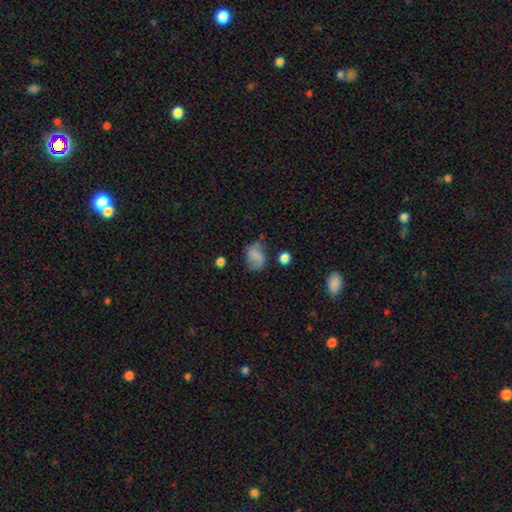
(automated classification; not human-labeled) smooth 65%, featured or disk 24%, star or artifact 11%. Down the decision tree: how rounded — in between (69%); merging — none (57%).